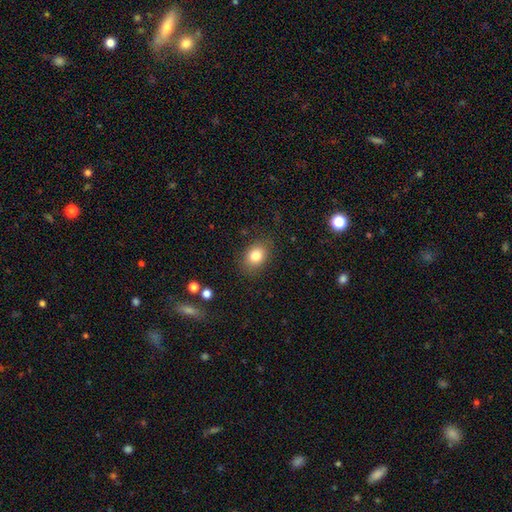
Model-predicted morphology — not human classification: Smooth or featured? Predicted: smooth (p=0.83). How rounded? Predicted: in between (p=0.64). Merging? Predicted: none (p=0.83).